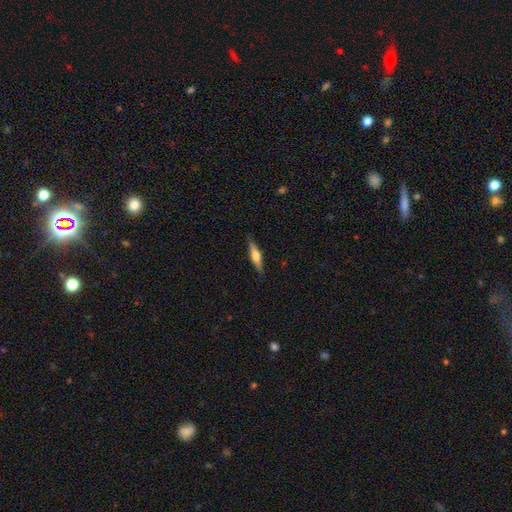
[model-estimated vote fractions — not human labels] smooth_or_featured: featured or disk (p=0.52) [alt: smooth p=0.42]
disk_edge_on: yes (p=0.95) [alt: no p=0.05]
merging: none (p=0.87) [alt: minor disturbance p=0.10]